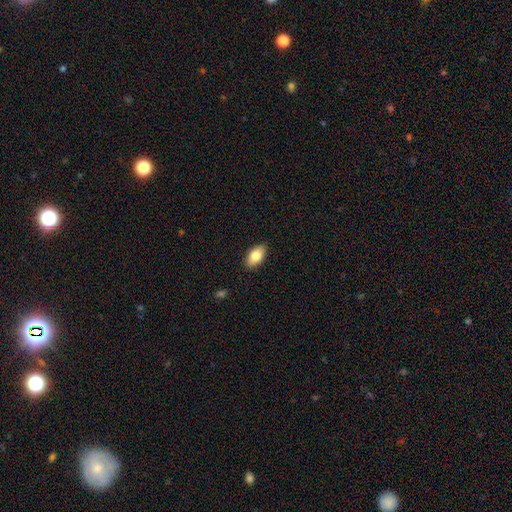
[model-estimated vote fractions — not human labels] Smooth or featured: smooth — 83% (featured or disk — 11%)
How rounded: in between — 93% (round — 4%)
Merging: none — 89% (minor disturbance — 8%)